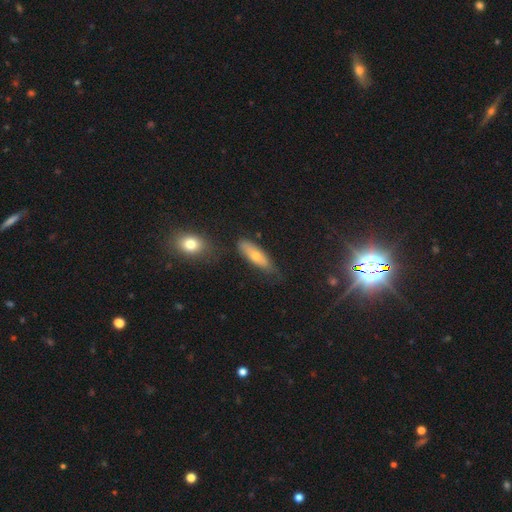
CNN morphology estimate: smooth-or-featured: smooth: 63% | featured or disk: 30% | star or artifact: 7%
  how-rounded: in between: 53% | cigar-shaped: 44% | round: 3%
  merging: none: 63% | minor disturbance: 25% | major disturbance: 7% | merger: 5%